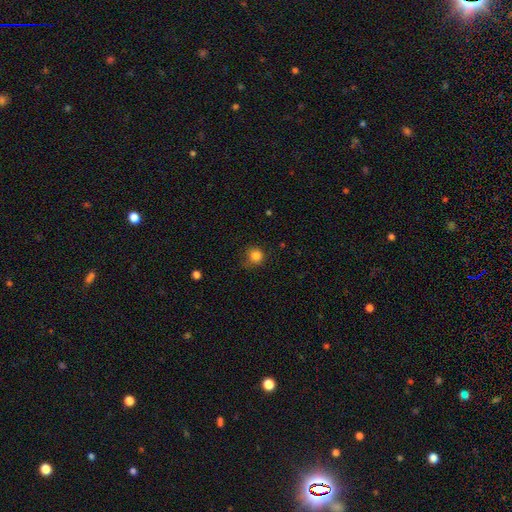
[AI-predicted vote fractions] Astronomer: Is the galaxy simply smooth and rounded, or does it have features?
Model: smooth — 84%.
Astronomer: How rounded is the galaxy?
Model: round — 91%.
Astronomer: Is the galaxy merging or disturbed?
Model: none — 75%.